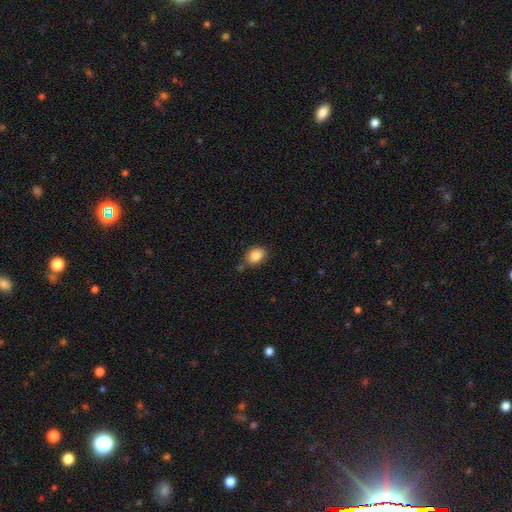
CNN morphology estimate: Q: Smooth or featured?
A: smooth (85%); runner-up: star or artifact (8%)
Q: How rounded?
A: in between (67%); runner-up: round (31%)
Q: Merging?
A: none (74%); runner-up: minor disturbance (16%)